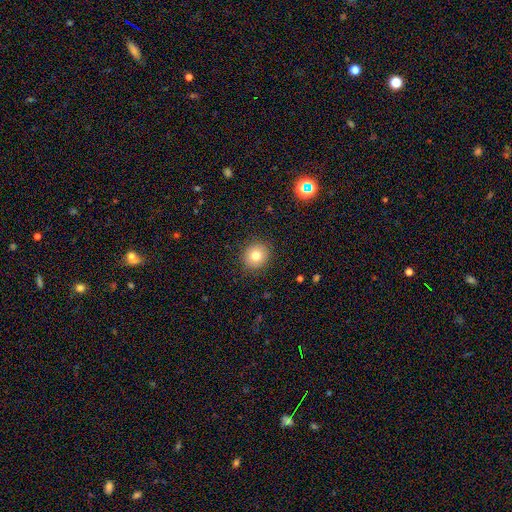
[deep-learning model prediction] Q: Smooth or featured?
A: smooth (78%); runner-up: star or artifact (11%)
Q: How rounded?
A: round (85%); runner-up: in between (14%)
Q: Merging?
A: none (90%); runner-up: minor disturbance (7%)